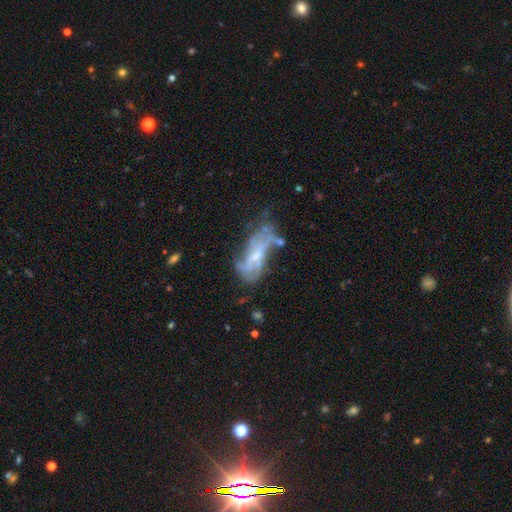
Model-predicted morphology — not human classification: Overall: featured or disk (72%). Edge-on disk: no (87%). Bar: no (48%; weak 38%). Spiral arms: yes (68%; no 32%). Bulge size: small (57%; moderate 32%). Merging: none (38%; major disturbance 28%).